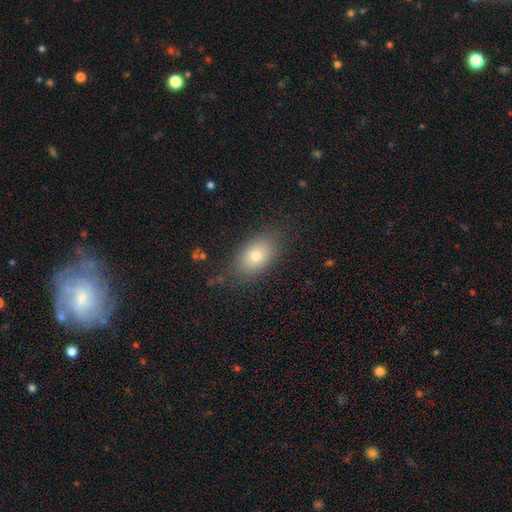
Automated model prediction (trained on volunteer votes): The model was most divided on "smooth or featured": smooth: 76%, featured or disk: 13%, star or artifact: 10%. More confident: how rounded — in between (85%); merging — none (83%).